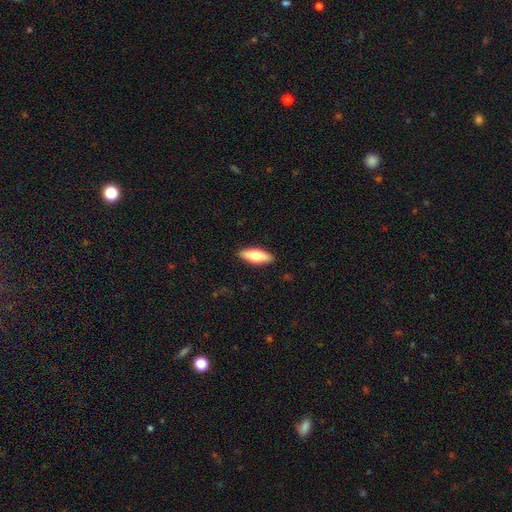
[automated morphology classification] smooth_or_featured: smooth (p=0.67) [alt: featured or disk p=0.28]
how_rounded: in between (p=0.63) [alt: cigar-shaped p=0.35]
merging: none (p=0.90) [alt: minor disturbance p=0.07]